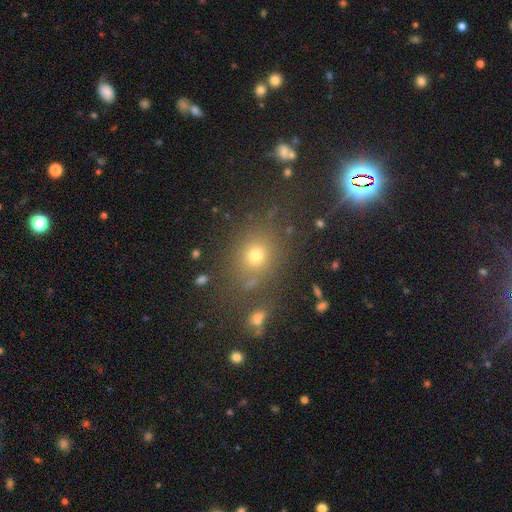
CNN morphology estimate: Overall: smooth (68%). How rounded: round (69%; in between 30%). Merging: none (76%).